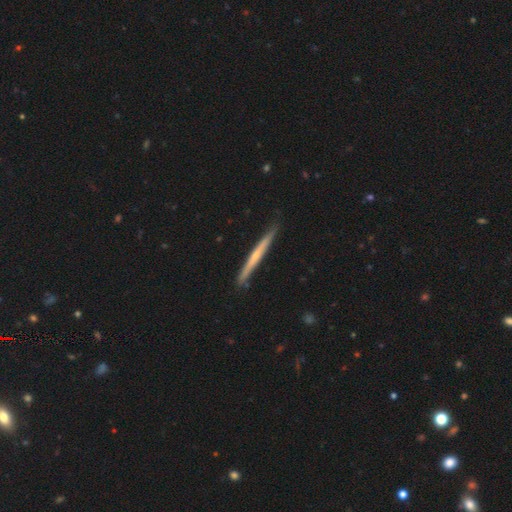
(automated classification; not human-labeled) Smooth or featured?
  - featured or disk: 58% *
  - smooth: 37%
  - star or artifact: 5%
Edge-on disk?
  - yes: 97% *
  - no: 3%
Edge-on bulge?
  - none: 54% *
  - rounded: 42%
  - boxy: 5%
Merging?
  - none: 88% *
  - minor disturbance: 10%
  - major disturbance: 1%
  - merger: 1%